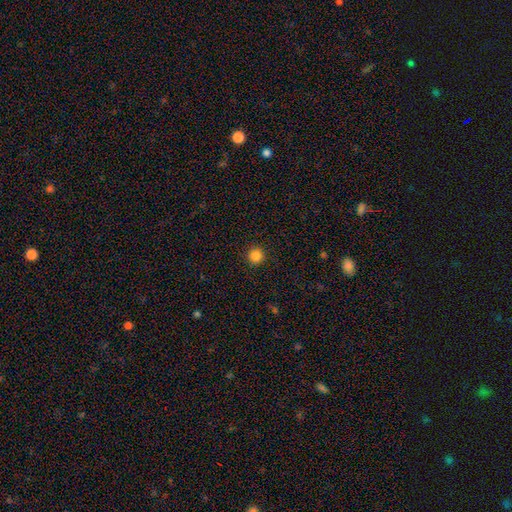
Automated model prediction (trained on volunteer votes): Smooth or featured? smooth (85%)
How rounded? round (95%)
Merging? none (93%)